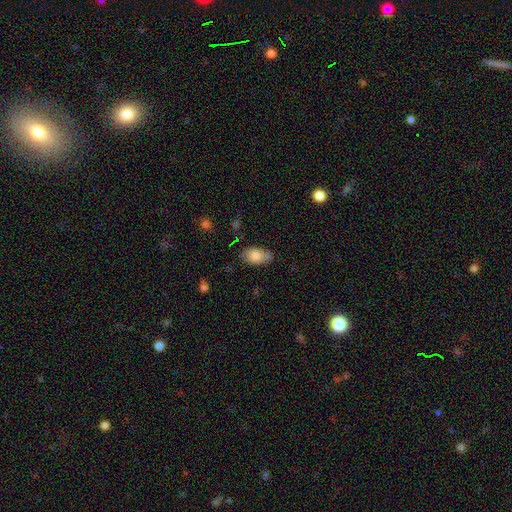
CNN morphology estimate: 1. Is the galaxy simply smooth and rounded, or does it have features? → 82% smooth, 11% featured or disk, 7% star or artifact.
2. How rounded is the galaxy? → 90% in between, 8% round, 3% cigar-shaped.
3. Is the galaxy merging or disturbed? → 63% none, 28% minor disturbance, 6% major disturbance, 3% merger.